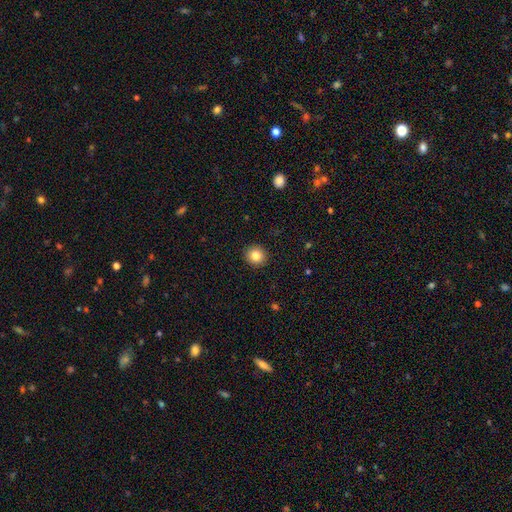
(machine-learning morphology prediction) Smooth or featured?
  - smooth: 83% *
  - star or artifact: 10%
  - featured or disk: 7%
How rounded?
  - round: 89% *
  - in between: 10%
  - cigar-shaped: 1%
Merging?
  - none: 92% *
  - minor disturbance: 5%
  - major disturbance: 2%
  - merger: 1%